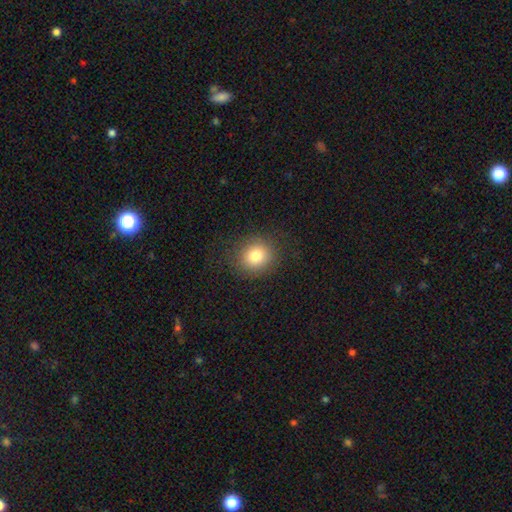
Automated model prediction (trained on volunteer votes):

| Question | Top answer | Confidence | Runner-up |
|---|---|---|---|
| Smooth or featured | smooth | 80% | star or artifact (11%) |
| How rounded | round | 84% | in between (15%) |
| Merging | none | 87% | minor disturbance (8%) |